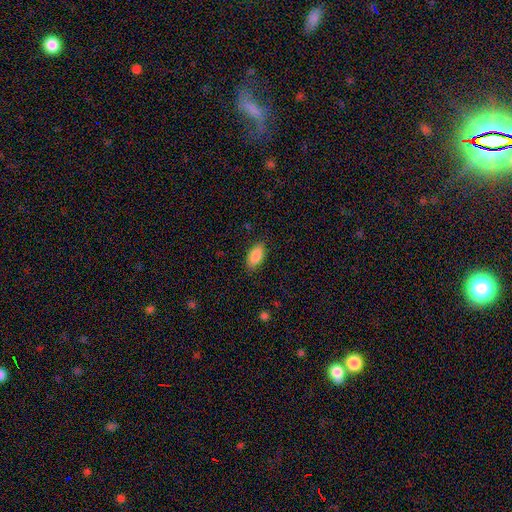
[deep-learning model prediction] Morphology: type=smooth (88%); roundness=in between (90%); merging=none (85%).